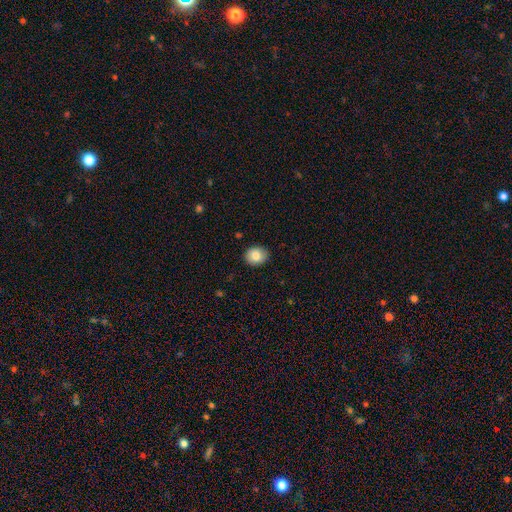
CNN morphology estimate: smooth 84%, featured or disk 8%, star or artifact 8%. Down the decision tree: how rounded — round (53%); merging — none (89%).